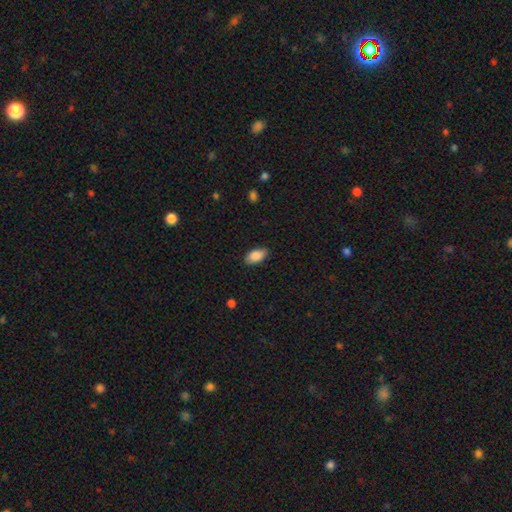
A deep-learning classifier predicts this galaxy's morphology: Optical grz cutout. It shows a smooth galaxy with no disk features (88%) that is in between round and cigar-shaped (93%). Merging: none (85%).